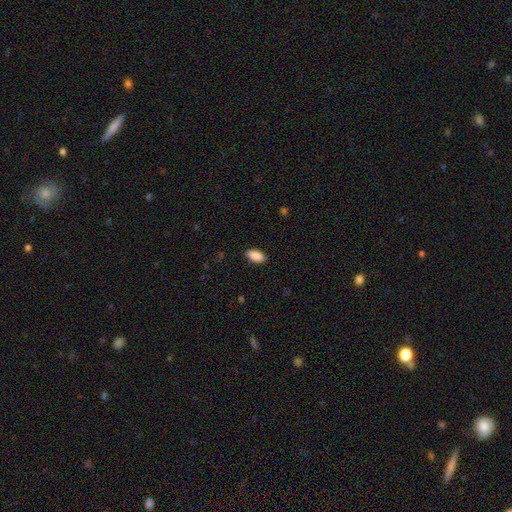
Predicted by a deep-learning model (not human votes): Morphology: type=smooth (90%); roundness=in between (92%); merging=none (88%).